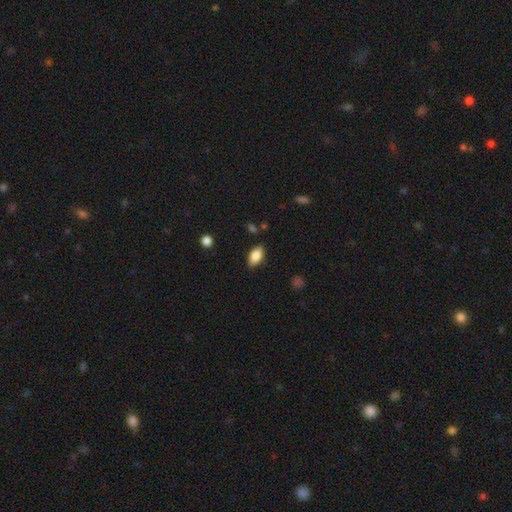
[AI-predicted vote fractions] A smooth galaxy with no disk features (82%) that is in between round and cigar-shaped (90%).

Vote fractions:
- Smooth or featured? smooth: 82% / featured or disk: 11% / star or artifact: 7%
- How rounded? in between: 90% / cigar-shaped: 5% / round: 4%
- Merging? none: 83% / minor disturbance: 13% / major disturbance: 3% / merger: 2%